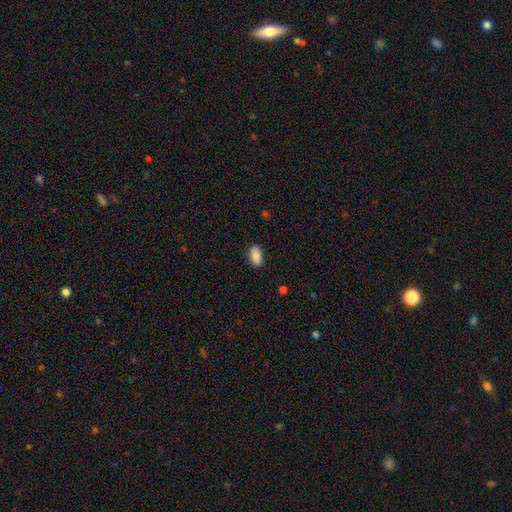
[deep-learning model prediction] This is clearly a smooth galaxy (89%). How rounded: clearly in between (93%). Merging: clearly none (88%).